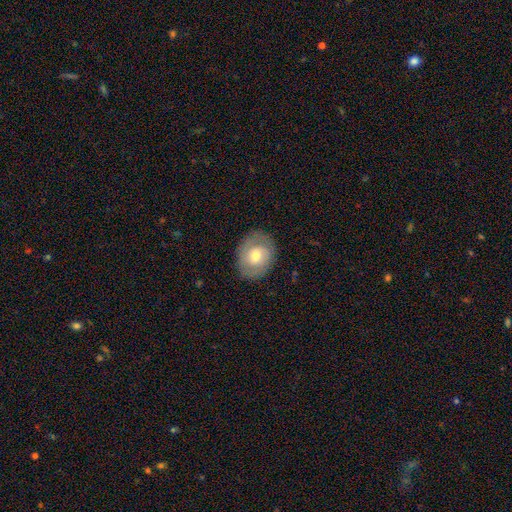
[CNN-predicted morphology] smooth-or-featured: smooth: 58% | featured or disk: 35% | star or artifact: 7%
  how-rounded: in between: 53% | round: 46% | cigar-shaped: 1%
  merging: none: 83% | minor disturbance: 13% | major disturbance: 4% | merger: 1%